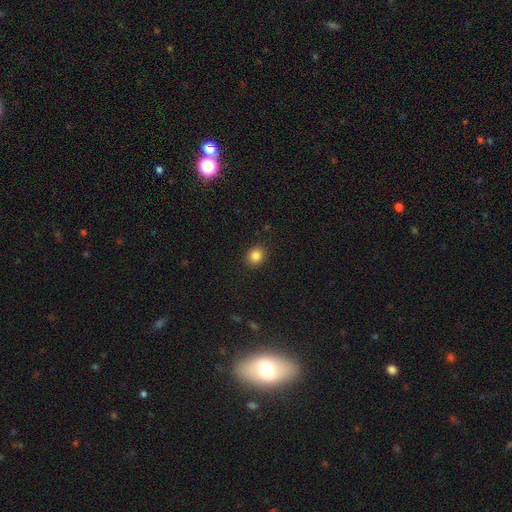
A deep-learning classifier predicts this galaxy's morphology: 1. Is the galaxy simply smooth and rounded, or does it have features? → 85% smooth, 11% star or artifact, 4% featured or disk.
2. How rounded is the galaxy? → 70% round, 29% in between, 1% cigar-shaped.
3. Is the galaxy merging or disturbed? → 90% none, 7% minor disturbance, 2% major disturbance, 1% merger.